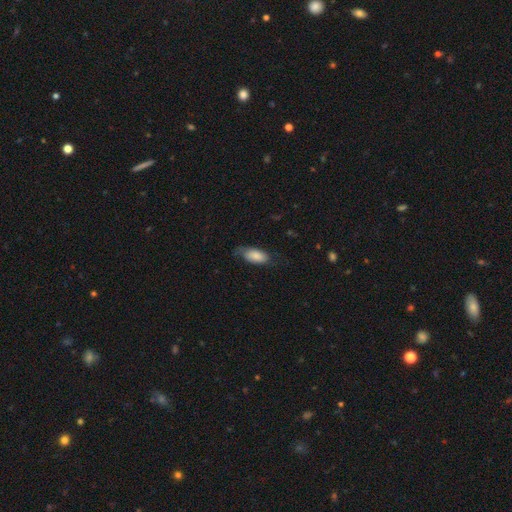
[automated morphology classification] A smooth galaxy with no disk features (72%) that is in between round and cigar-shaped (90%).

Vote fractions:
- Smooth or featured? smooth: 72% / featured or disk: 22% / star or artifact: 7%
- How rounded? in between: 90% / cigar-shaped: 7% / round: 3%
- Merging? none: 54% / minor disturbance: 30% / major disturbance: 15% / merger: 2%